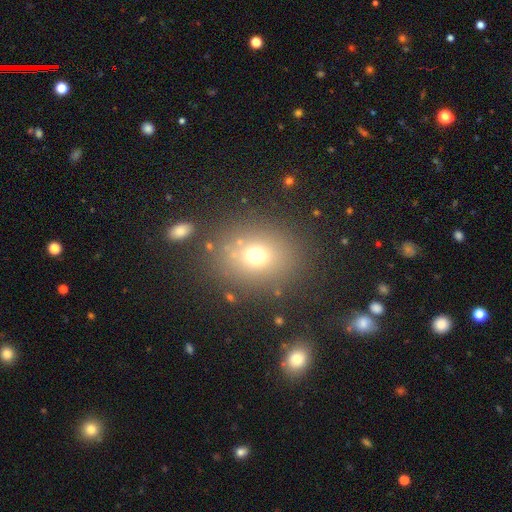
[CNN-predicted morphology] A smooth galaxy with no disk features (68%) that is round (67%). Merging: none (80%).